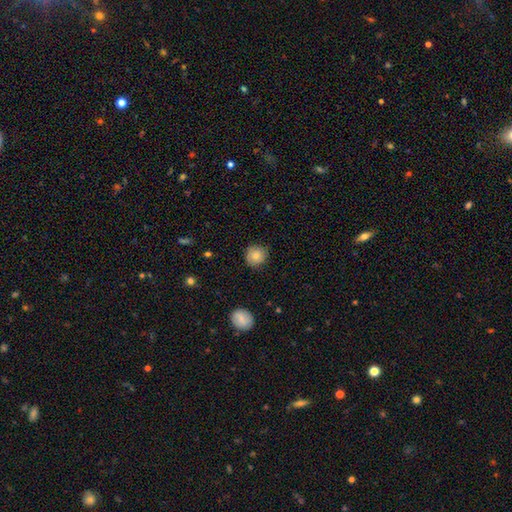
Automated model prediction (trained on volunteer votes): Smooth or featured: smooth — 81% (featured or disk — 10%)
How rounded: round — 93% (in between — 6%)
Merging: none — 87% (minor disturbance — 10%)